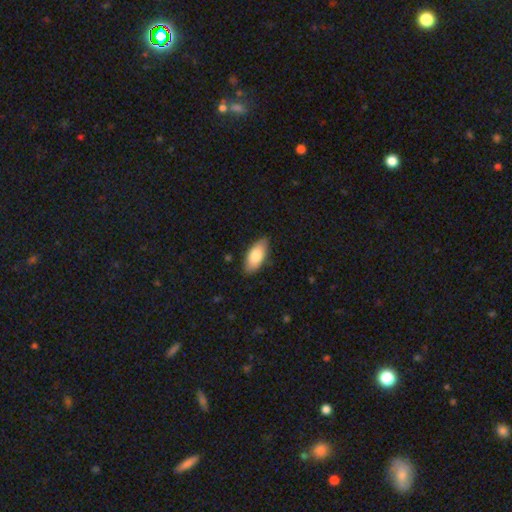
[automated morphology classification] Overall: smooth (81%). How rounded: in between (89%). Merging: none (85%).